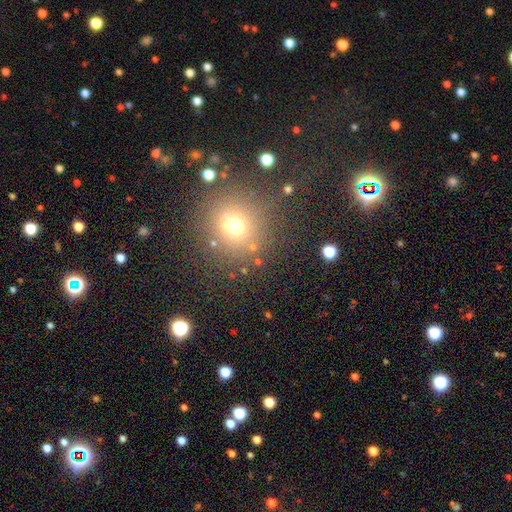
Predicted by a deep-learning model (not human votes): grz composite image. It shows a smooth galaxy with no disk features (50%). Merging: none (82%).